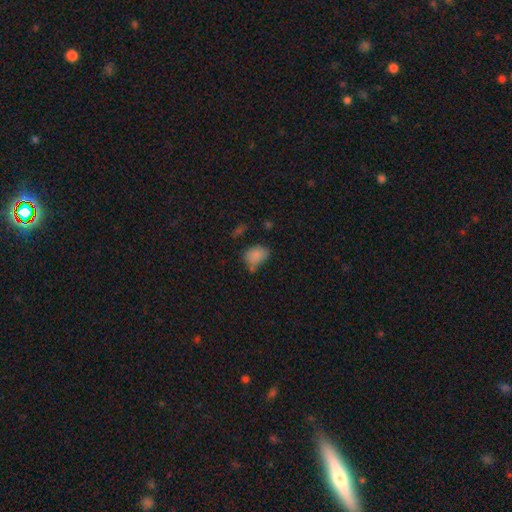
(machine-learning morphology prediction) Smooth or featured? smooth (82%)
How rounded? in between (78%)
Merging? none (51%)